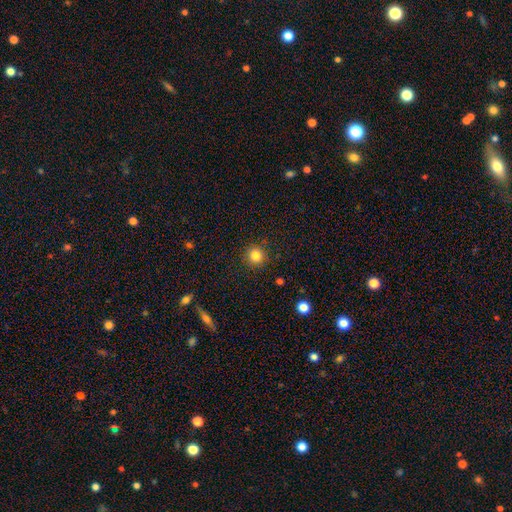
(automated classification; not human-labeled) Smooth or featured? smooth (83%)
How rounded? round (92%)
Merging? none (90%)